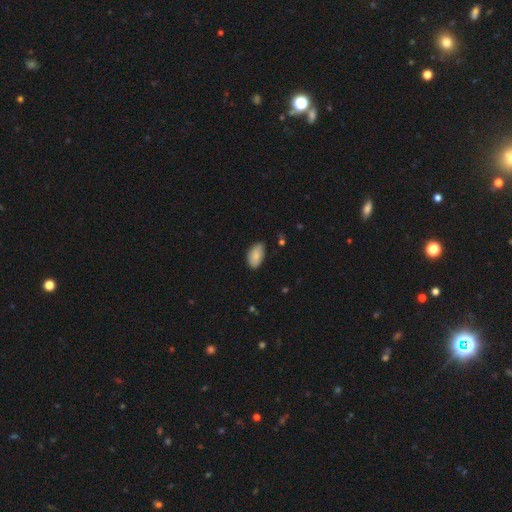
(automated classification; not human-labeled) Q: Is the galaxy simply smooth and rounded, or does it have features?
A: smooth — 86%.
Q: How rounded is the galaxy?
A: in between — 95%.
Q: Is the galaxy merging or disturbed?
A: none — 77%.